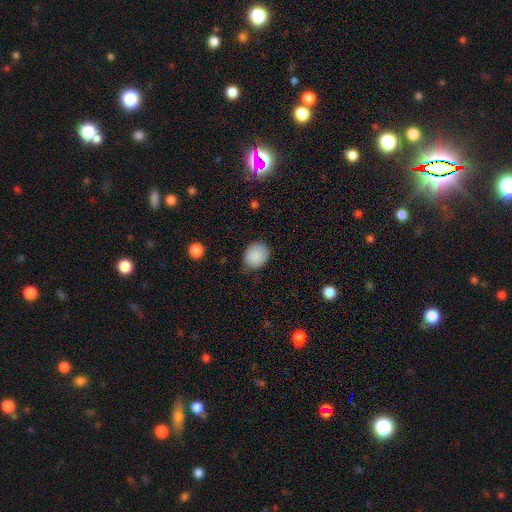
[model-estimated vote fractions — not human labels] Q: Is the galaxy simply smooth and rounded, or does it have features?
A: smooth — 88%.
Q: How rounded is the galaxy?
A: round — 59%.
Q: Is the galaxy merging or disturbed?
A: none — 78%.